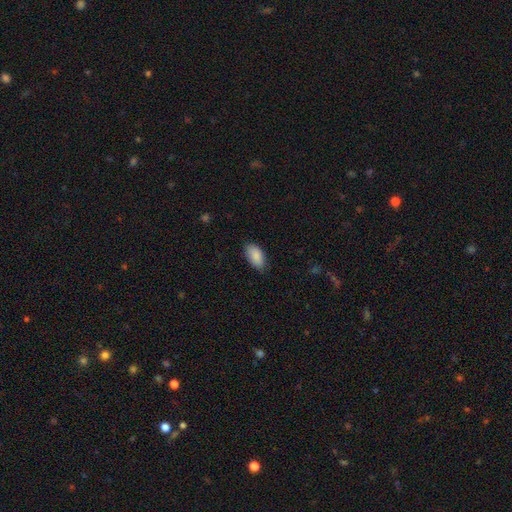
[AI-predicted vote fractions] smooth-or-featured: smooth: 88% | star or artifact: 7% | featured or disk: 5%
  how-rounded: in between: 94% | round: 3% | cigar-shaped: 3%
  merging: none: 79% | minor disturbance: 17% | major disturbance: 3% | merger: 1%